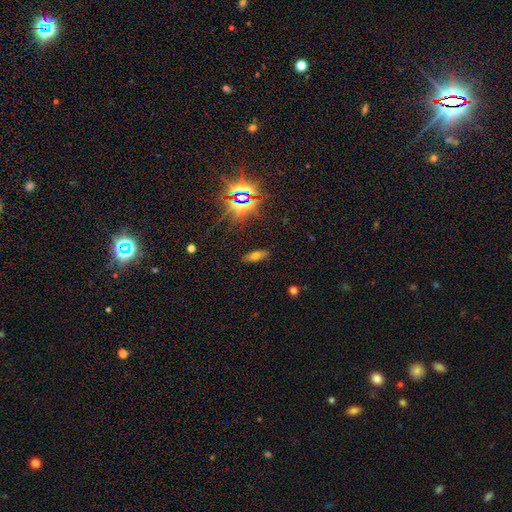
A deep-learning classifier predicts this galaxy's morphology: type=smooth (56%); roundness=in between (69%); merging=none (87%).